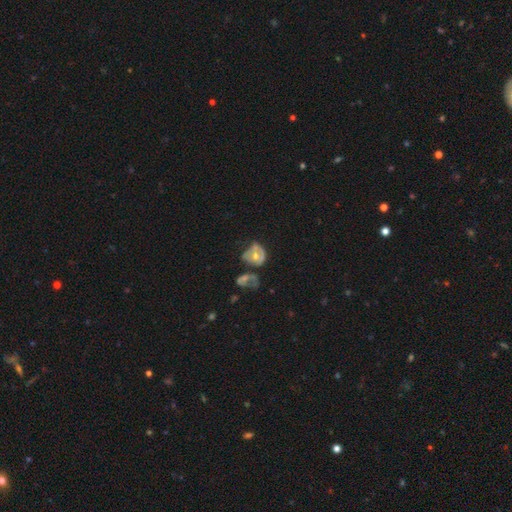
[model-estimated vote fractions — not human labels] This is possibly a featured or disk galaxy (49%). Merging: marginally major disturbance (35%).